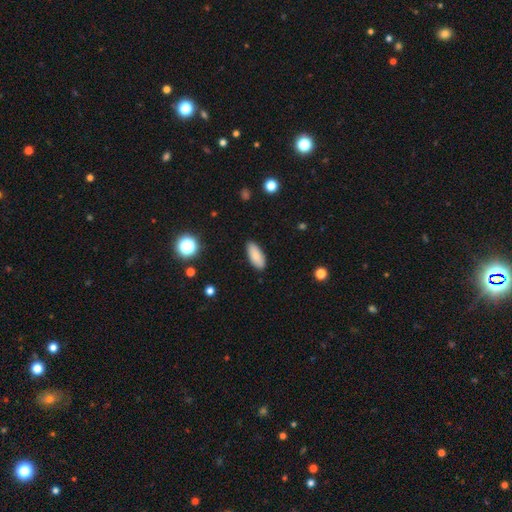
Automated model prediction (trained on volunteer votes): Q: Smooth or featured?
A: smooth (85%); runner-up: featured or disk (8%)
Q: How rounded?
A: in between (82%); runner-up: cigar-shaped (15%)
Q: Merging?
A: none (89%); runner-up: minor disturbance (8%)